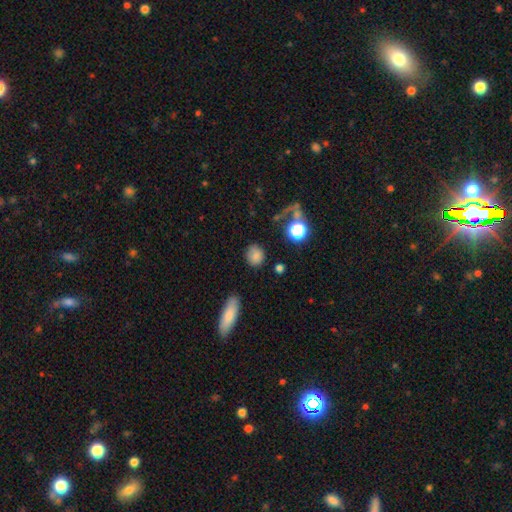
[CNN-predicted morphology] Smooth or featured? smooth (81%)
How rounded? round (75%)
Merging? none (80%)